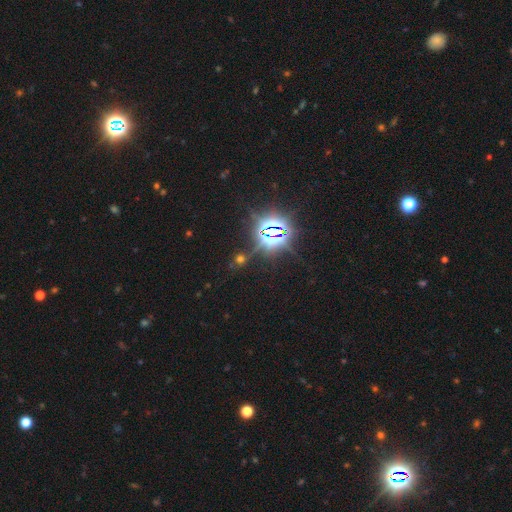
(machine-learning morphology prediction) Q: Smooth or featured?
A: star or artifact (83%); runner-up: smooth (10%)